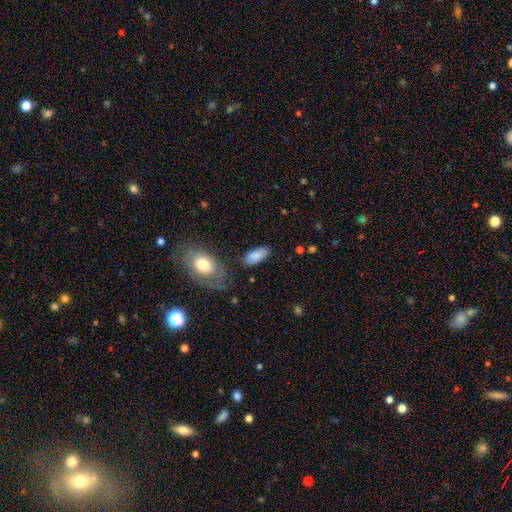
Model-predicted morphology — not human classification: smooth-or-featured: smooth: 85% | featured or disk: 9% | star or artifact: 7%
  how-rounded: in between: 91% | cigar-shaped: 7% | round: 3%
  merging: none: 77% | minor disturbance: 15% | major disturbance: 4% | merger: 4%